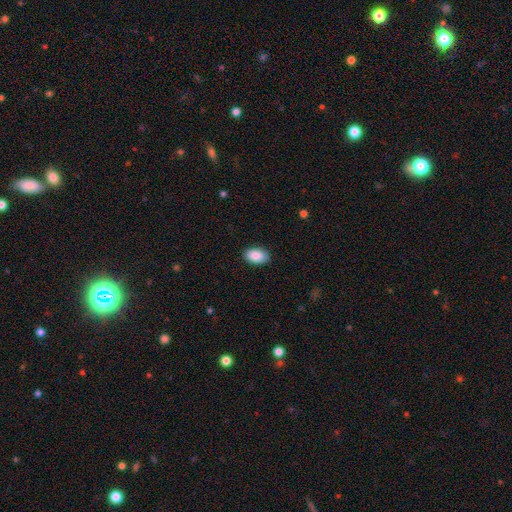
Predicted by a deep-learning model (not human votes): A smooth galaxy with no disk features (89%) that is in between round and cigar-shaped (93%). Merging: none (87%).